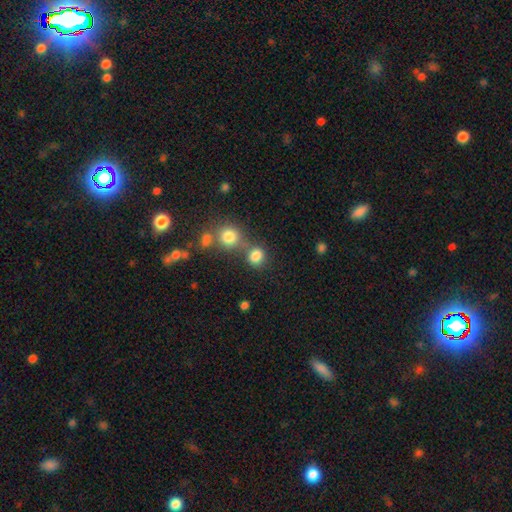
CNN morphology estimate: Smooth or featured?
  - smooth: 82% *
  - star or artifact: 12%
  - featured or disk: 6%
How rounded?
  - round: 80% *
  - in between: 18%
  - cigar-shaped: 1%
Merging?
  - none: 60% *
  - merger: 26%
  - minor disturbance: 10%
  - major disturbance: 5%